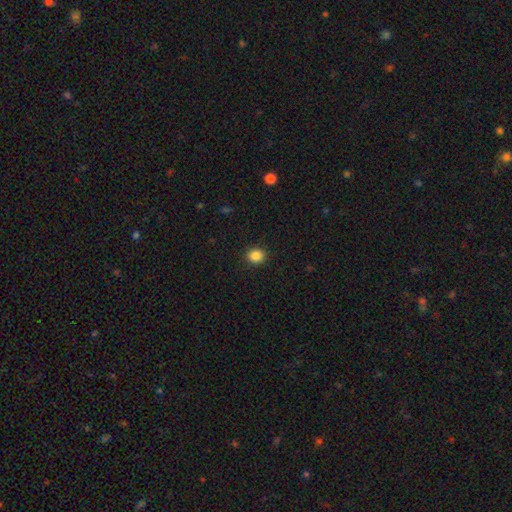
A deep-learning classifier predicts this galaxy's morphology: A smooth galaxy with no disk features (86%) that is round (80%). Merging: none (91%).